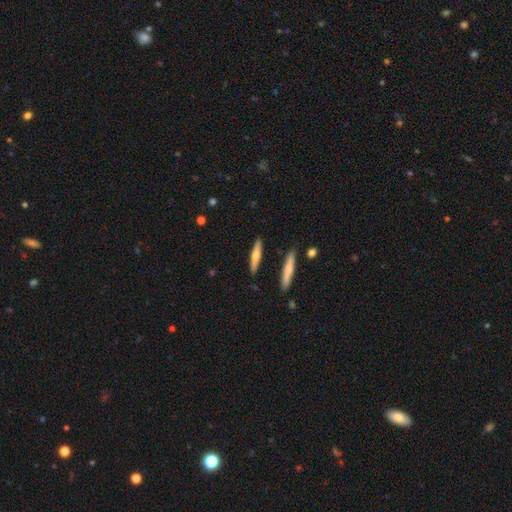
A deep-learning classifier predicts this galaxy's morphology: Smooth or featured? Predicted: smooth (p=0.50). Merging? Predicted: none (p=0.86).